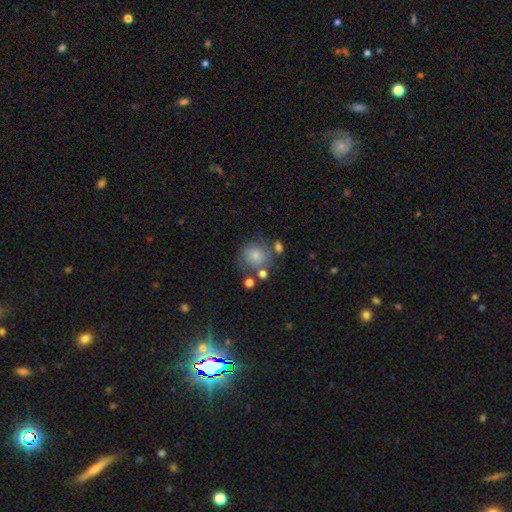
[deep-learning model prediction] A smooth galaxy with no disk features (64%) that is round (79%). Merging: none (54%).